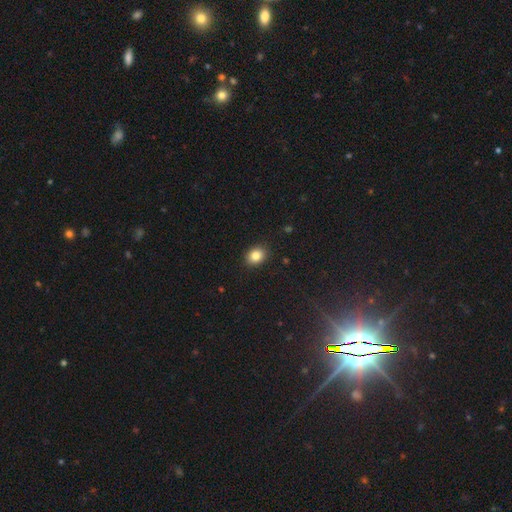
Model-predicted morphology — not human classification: Overall: smooth (84%). How rounded: in between (50%; round 49%). Merging: none (90%).